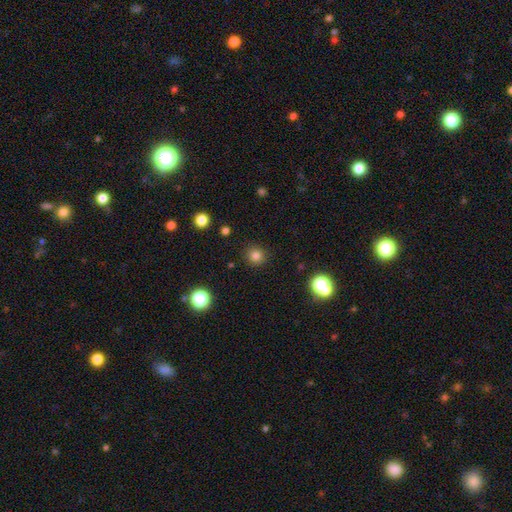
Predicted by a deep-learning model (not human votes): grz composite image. It shows a smooth galaxy with no disk features (81%) that is round (92%). Merging: none (90%).